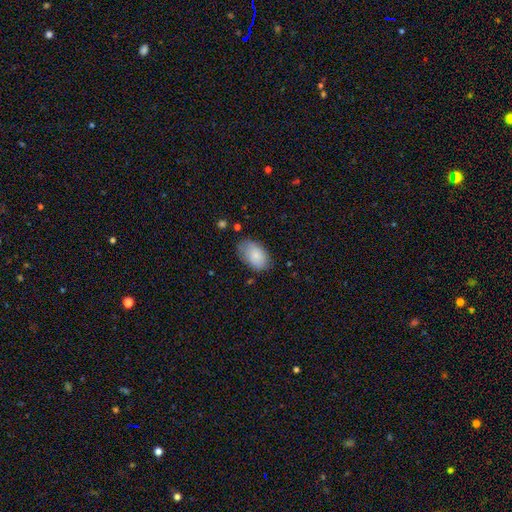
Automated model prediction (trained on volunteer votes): A smooth galaxy with no disk features (83%) that is in between round and cigar-shaped (92%).

Vote fractions:
- Smooth or featured? smooth: 83% / featured or disk: 10% / star or artifact: 7%
- How rounded? in between: 92% / round: 7% / cigar-shaped: 1%
- Merging? none: 67% / minor disturbance: 25% / major disturbance: 6% / merger: 2%